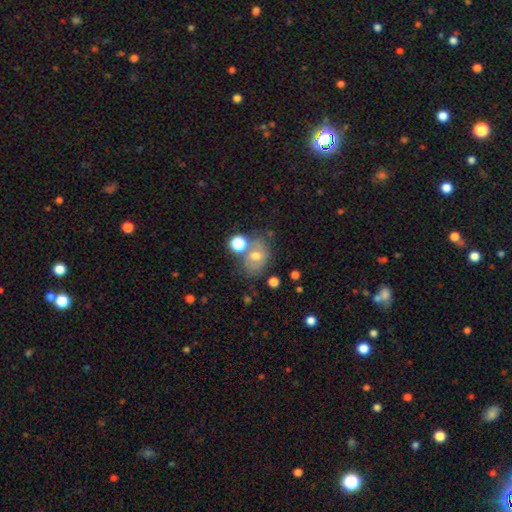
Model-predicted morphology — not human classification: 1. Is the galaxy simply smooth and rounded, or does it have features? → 59% smooth, 25% featured or disk, 15% star or artifact.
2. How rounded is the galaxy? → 55% in between, 44% round, 1% cigar-shaped.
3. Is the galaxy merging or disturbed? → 54% none, 20% merger, 17% minor disturbance, 9% major disturbance.